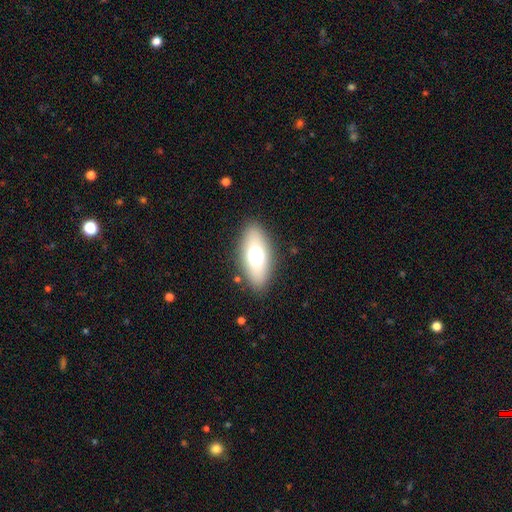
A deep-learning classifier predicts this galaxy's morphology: smooth_or_featured: smooth (p=0.62) [alt: featured or disk p=0.27]
how_rounded: in between (p=0.81) [alt: cigar-shaped p=0.11]
merging: none (p=0.85) [alt: minor disturbance p=0.10]